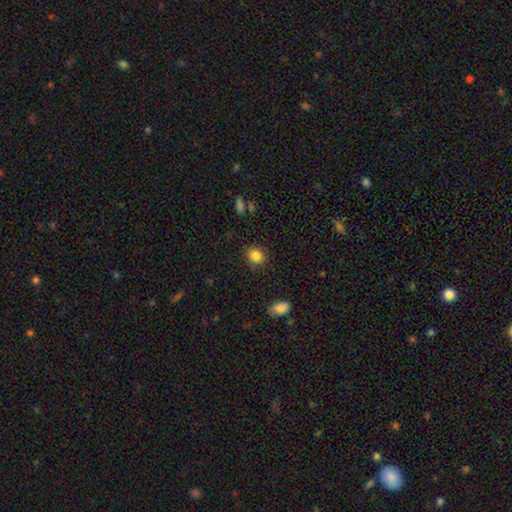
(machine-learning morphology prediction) smooth 85%, star or artifact 10%, featured or disk 5%. Down the decision tree: how rounded — round (82%); merging — none (87%).